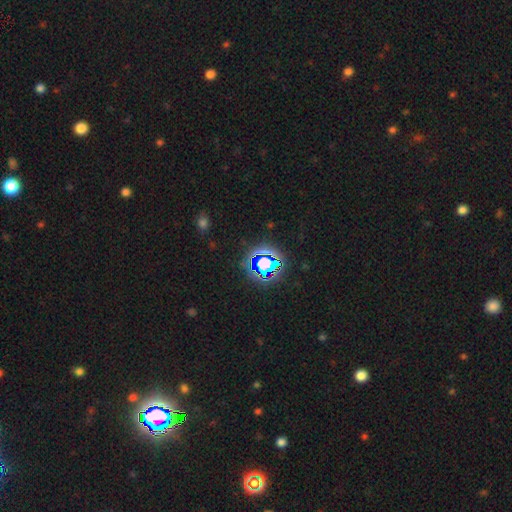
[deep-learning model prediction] Q: Smooth or featured?
A: star or artifact (80%); runner-up: smooth (13%)